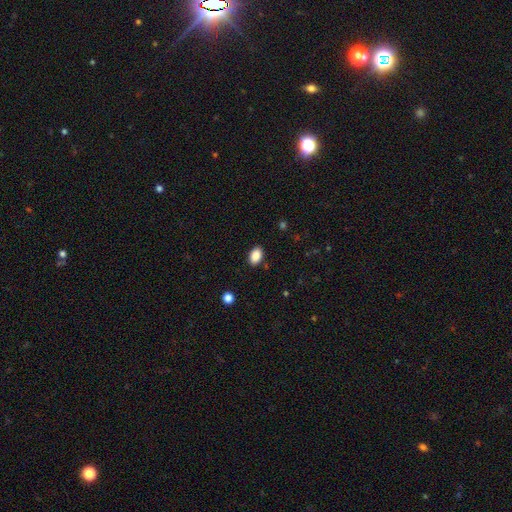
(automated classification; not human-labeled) Overall: smooth (88%). How rounded: in between (87%). Merging: none (88%).